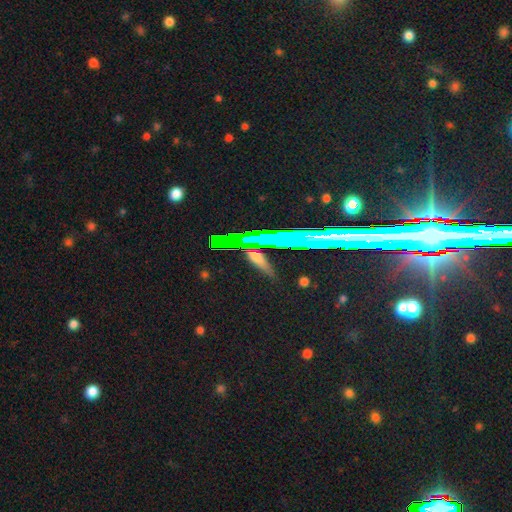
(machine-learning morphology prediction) star or artifact 41%, smooth 36%, featured or disk 23%.